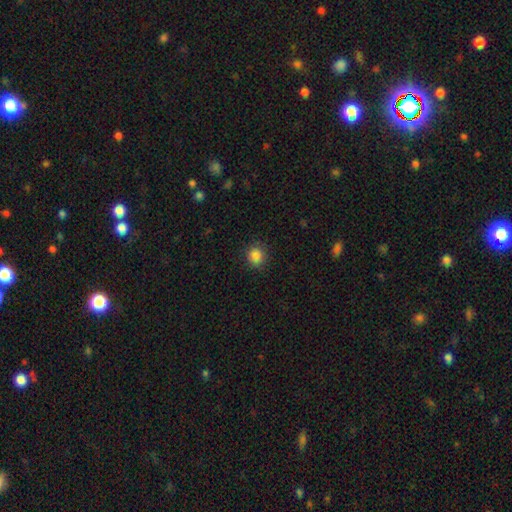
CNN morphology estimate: This appears to be a smooth galaxy with no disk features (86%) that is round (86%). Merging: none (87%).